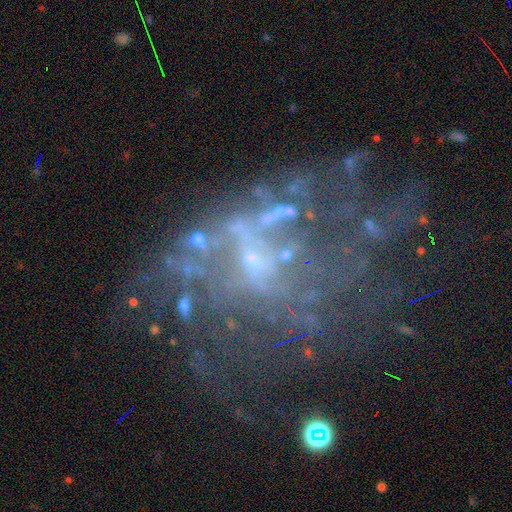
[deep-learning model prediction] This appears to be a featured or disk galaxy (65%) with no bar (74%), no spiral arms (76%) and a small central bulge (51%). Merging: none (39%).